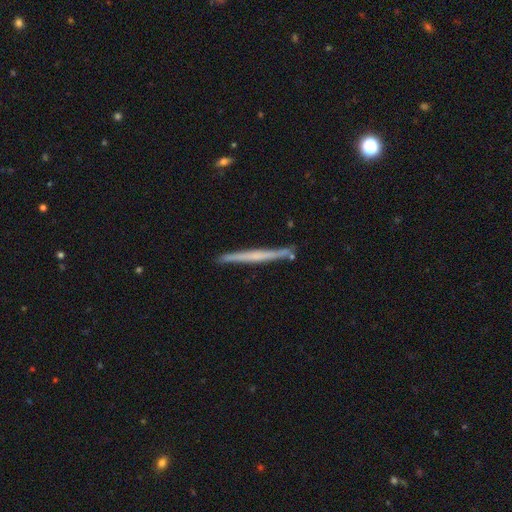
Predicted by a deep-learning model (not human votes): This appears to be a featured or disk galaxy (57%) viewed edge-on (97%) with no central bulge (77%). Merging: none (88%).